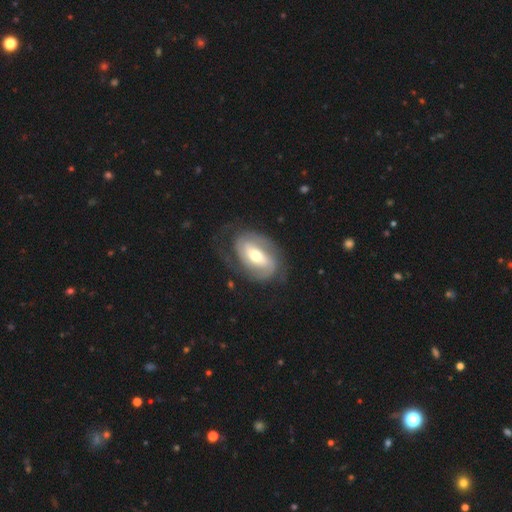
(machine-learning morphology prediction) Smooth or featured? featured or disk (84%)
Edge-on disk? no (97%)
Bar? weak (40%)
Spiral arms? yes (93%)
Spiral winding? tight (48%)
Spiral arm count? 2 (79%)
Bulge size? moderate (66%)
Merging? none (68%)